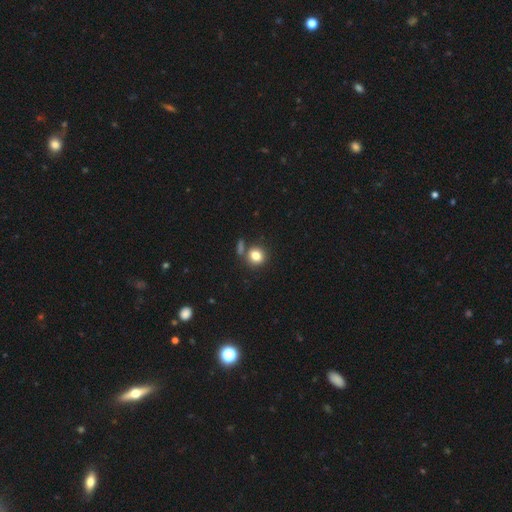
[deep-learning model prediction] Smooth or featured? Predicted: smooth (p=0.81). How rounded? Predicted: round (p=0.79). Merging? Predicted: none (p=0.70).